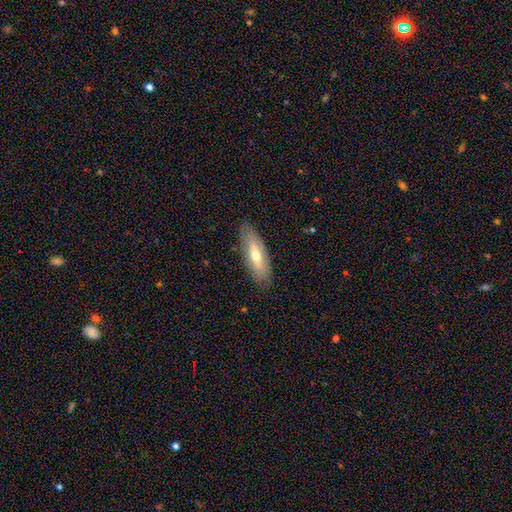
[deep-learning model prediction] Morphology: type=smooth (49%); merging=none (84%).